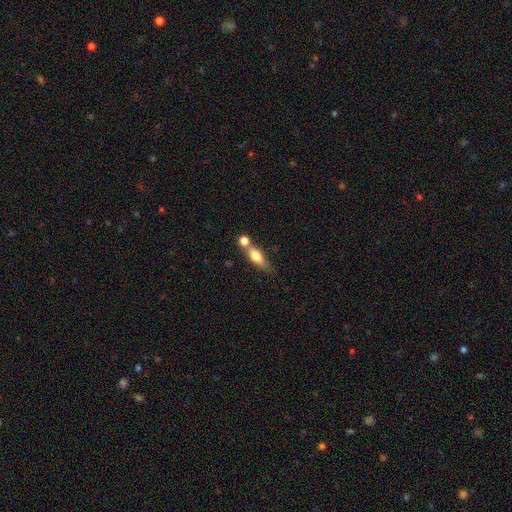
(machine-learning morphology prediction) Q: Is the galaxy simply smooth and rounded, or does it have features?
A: smooth — 66%.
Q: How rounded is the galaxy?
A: in between — 56%.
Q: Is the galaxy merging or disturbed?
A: merger — 41%.